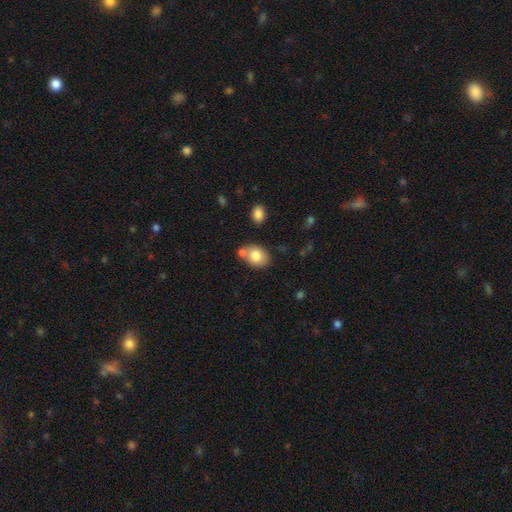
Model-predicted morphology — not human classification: type=smooth (78%); roundness=in between (66%); merging=none (58%).